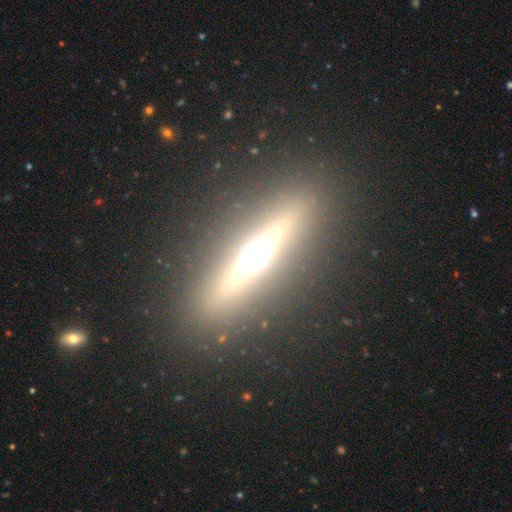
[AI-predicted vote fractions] This is likely a featured or disk galaxy (75%). It is clearly viewed edge-on (95%). Edge-on bulge: clearly rounded (91%). Merging: clearly none (89%).